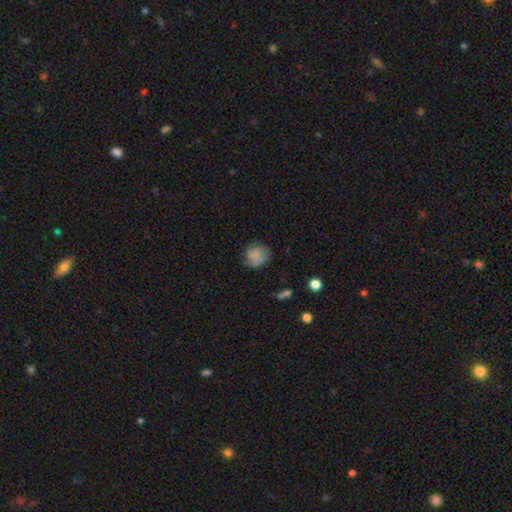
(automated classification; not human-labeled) Morphology: type=smooth (72%); roundness=round (71%); merging=none (57%).